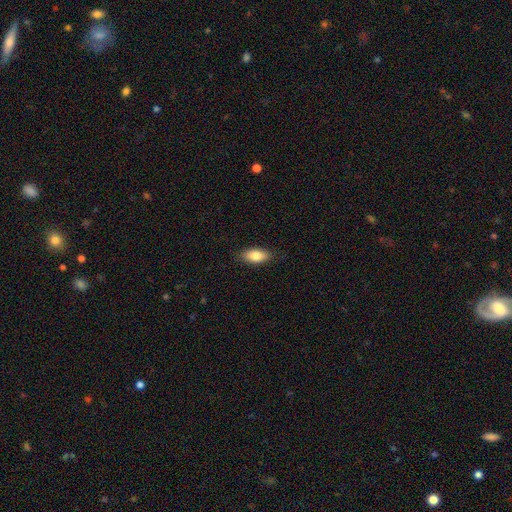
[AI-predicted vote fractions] Morphology: type=smooth (82%); roundness=in between (88%); merging=none (87%).